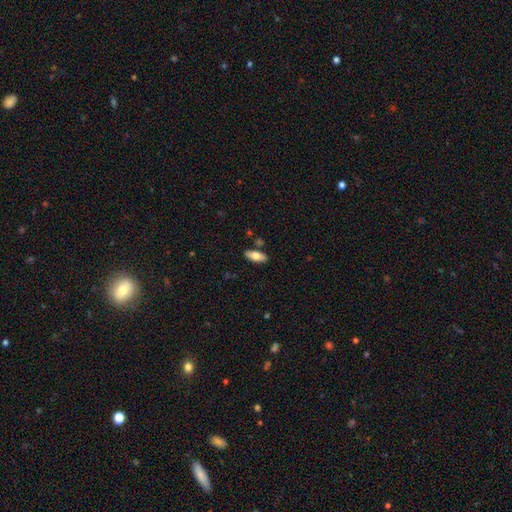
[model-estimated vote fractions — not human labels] Overall: smooth (71%). How rounded: in between (81%). Merging: none (84%).